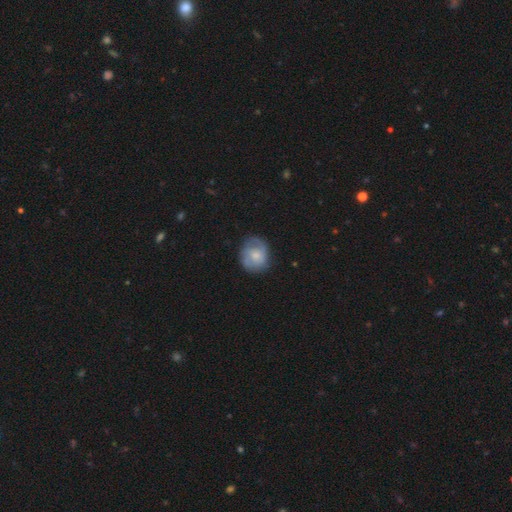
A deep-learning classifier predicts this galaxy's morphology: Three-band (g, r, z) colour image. It shows a featured or disk galaxy (48%). Merging: none (67%).